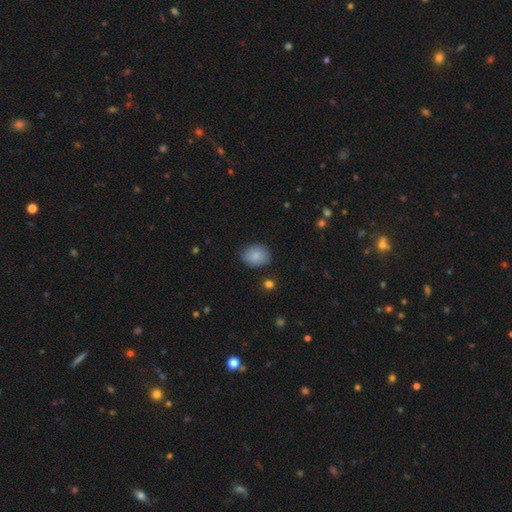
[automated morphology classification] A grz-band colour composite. It shows a smooth galaxy with no disk features (87%) that is in between round and cigar-shaped (56%). Merging: none (81%).